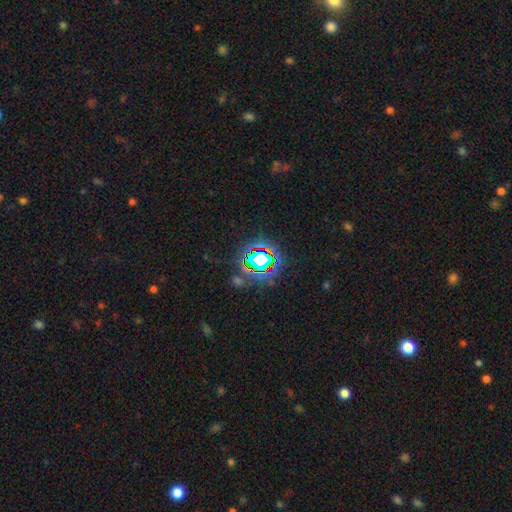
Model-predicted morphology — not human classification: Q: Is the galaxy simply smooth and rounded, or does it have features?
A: star or artifact — 74%.